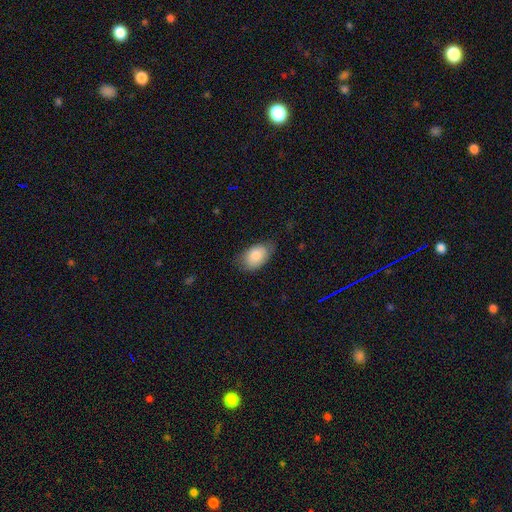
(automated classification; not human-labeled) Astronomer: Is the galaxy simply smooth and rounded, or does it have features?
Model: smooth — 82%.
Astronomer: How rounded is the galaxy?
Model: in between — 90%.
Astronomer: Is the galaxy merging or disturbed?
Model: none — 68%.